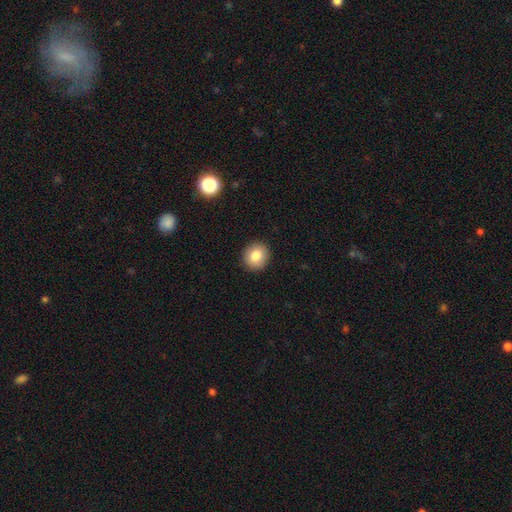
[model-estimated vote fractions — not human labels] smooth-or-featured: smooth: 82% | star or artifact: 9% | featured or disk: 8%
  how-rounded: round: 87% | in between: 12% | cigar-shaped: 1%
  merging: none: 91% | minor disturbance: 6% | major disturbance: 2% | merger: 1%